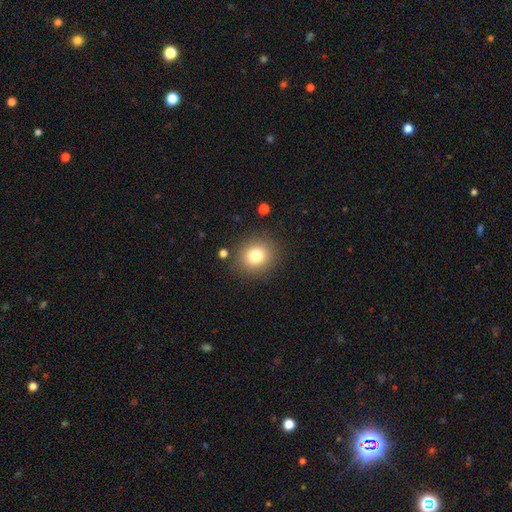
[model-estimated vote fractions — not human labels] This is likely a smooth galaxy (79%). How rounded: clearly round (81%). Merging: clearly none (87%).